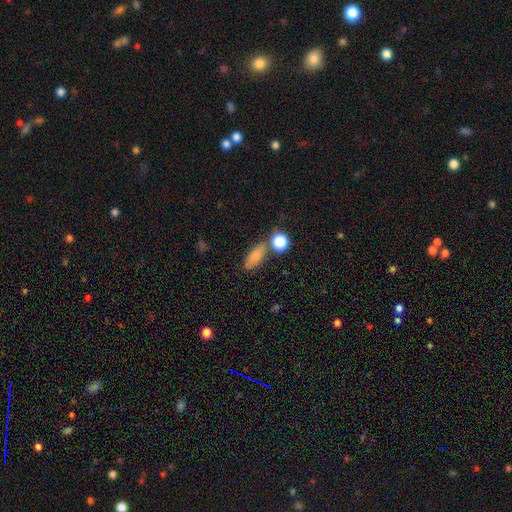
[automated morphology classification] Smooth or featured: smooth — 82% (star or artifact — 10%)
How rounded: in between — 67% (cigar-shaped — 23%)
Merging: none — 68% (merger — 14%)